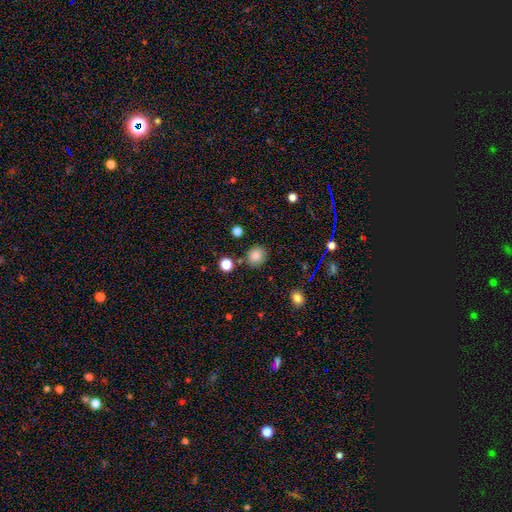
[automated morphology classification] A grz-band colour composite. It shows a smooth galaxy with no disk features (83%) that is round (84%). Merging: none (80%).